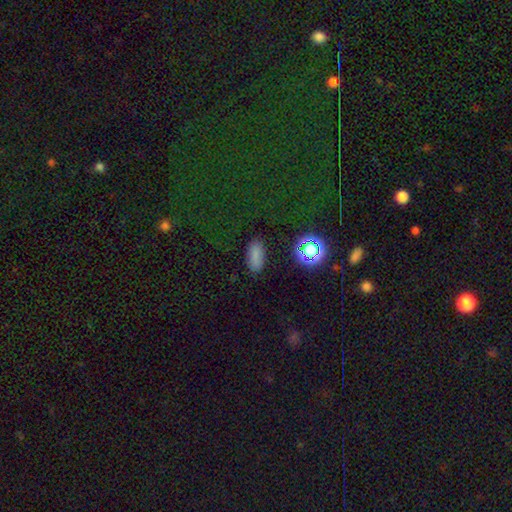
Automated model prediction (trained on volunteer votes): Smooth or featured? Predicted: smooth (p=0.76). How rounded? Predicted: in between (p=0.87). Merging? Predicted: none (p=0.84).